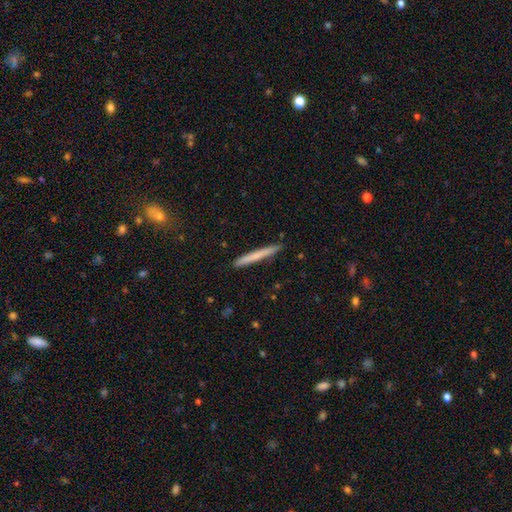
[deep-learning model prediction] Overall: smooth (66%; featured or disk 28%). How rounded: cigar-shaped (97%). Merging: none (90%).